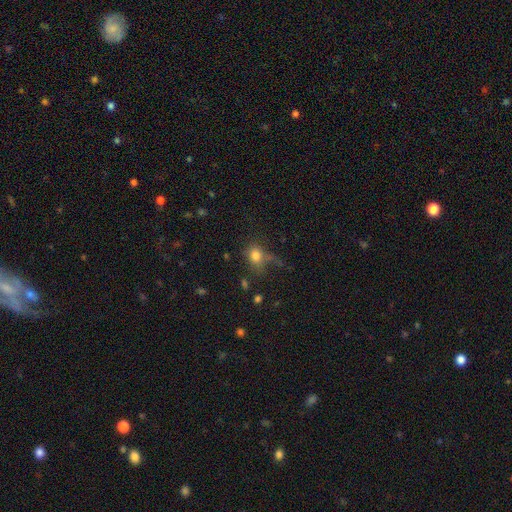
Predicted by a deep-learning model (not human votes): The model was most divided on "how rounded": round: 51%, in between: 47%, cigar-shaped: 2%. Remaining: smooth or featured — smooth (77%); merging — none (47%).